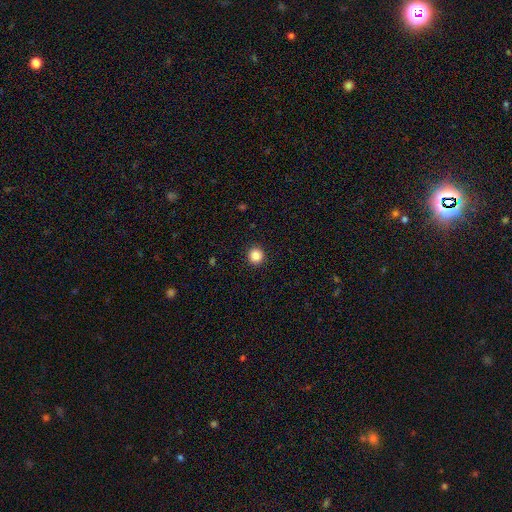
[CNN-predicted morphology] type=smooth (86%); roundness=round (94%); merging=none (93%).